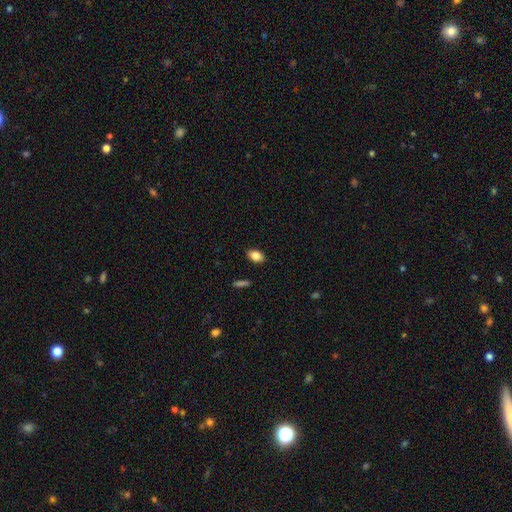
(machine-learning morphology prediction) type=smooth (83%); roundness=in between (88%); merging=none (88%).